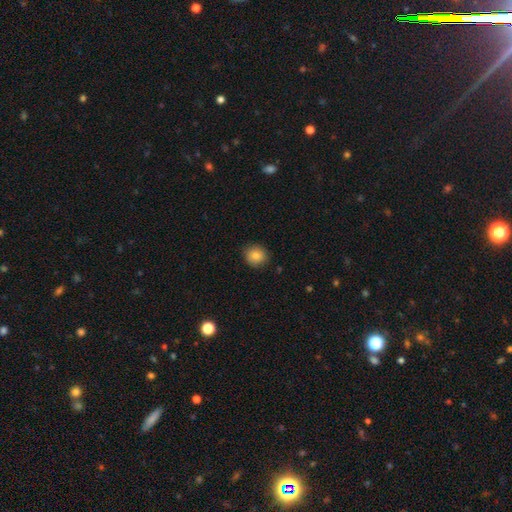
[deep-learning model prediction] smooth_or_featured: smooth (p=0.84) [alt: star or artifact p=0.09]
how_rounded: round (p=0.82) [alt: in between p=0.17]
merging: none (p=0.86) [alt: minor disturbance p=0.11]